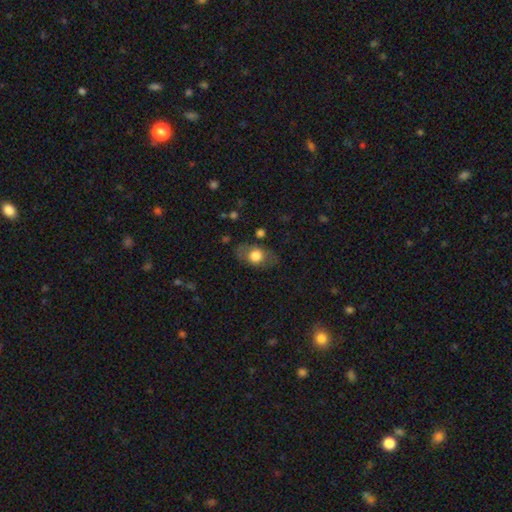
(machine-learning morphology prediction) smooth_or_featured: smooth (p=0.69) [alt: featured or disk p=0.23]
how_rounded: in between (p=0.75) [alt: round p=0.22]
merging: none (p=0.75) [alt: minor disturbance p=0.17]